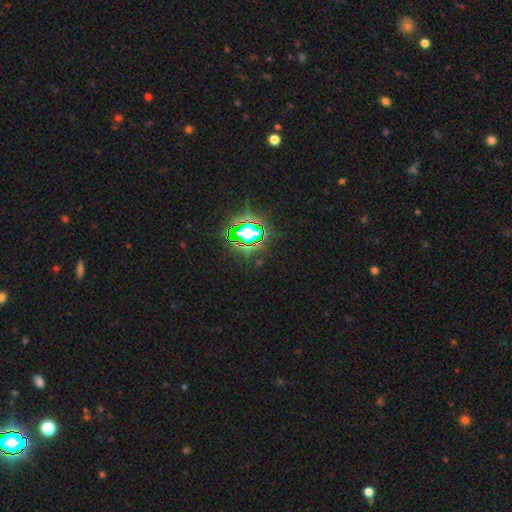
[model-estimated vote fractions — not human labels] The model was most divided on "smooth or featured": star or artifact: 79%, smooth: 14%, featured or disk: 8%.